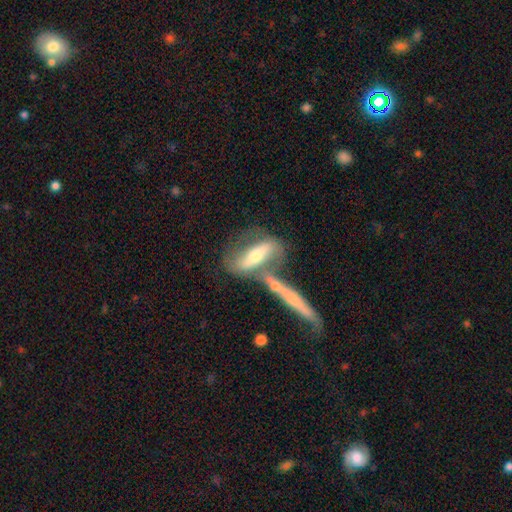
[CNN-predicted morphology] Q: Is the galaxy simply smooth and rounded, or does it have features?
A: featured or disk — 59%.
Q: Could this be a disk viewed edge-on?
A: no — 62%.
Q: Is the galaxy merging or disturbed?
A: merger — 40%.